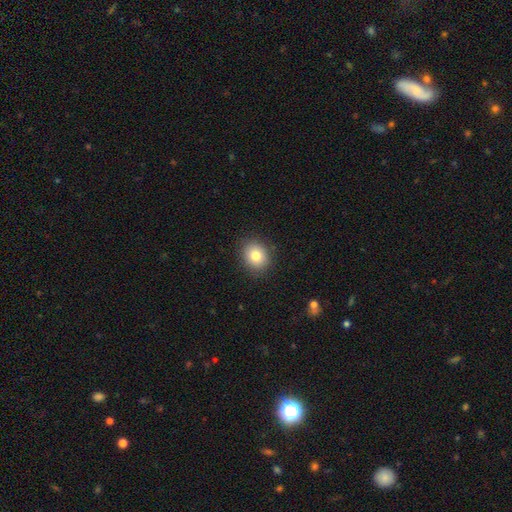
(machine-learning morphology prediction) A smooth galaxy with no disk features (81%) that is round (63%).

Vote fractions:
- Smooth or featured? smooth: 81% / star or artifact: 10% / featured or disk: 9%
- How rounded? round: 63% / in between: 36% / cigar-shaped: 1%
- Merging? none: 88% / minor disturbance: 9% / major disturbance: 2% / merger: 1%